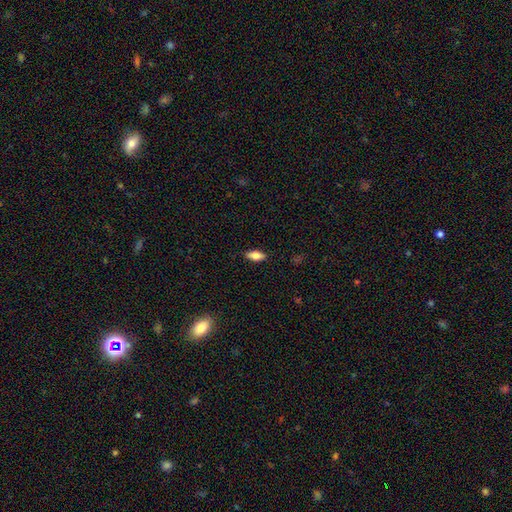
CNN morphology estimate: smooth 76%, featured or disk 17%, star or artifact 7%. Down the decision tree: how rounded — in between (83%); merging — none (87%).